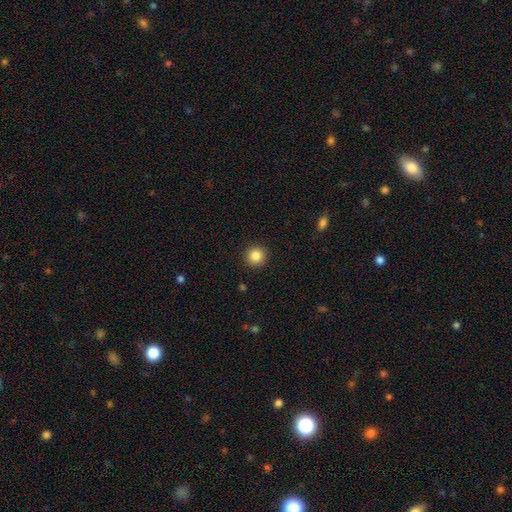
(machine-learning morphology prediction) Smooth or featured: smooth — 85% (star or artifact — 10%)
How rounded: round — 95% (in between — 4%)
Merging: none — 92% (minor disturbance — 5%)